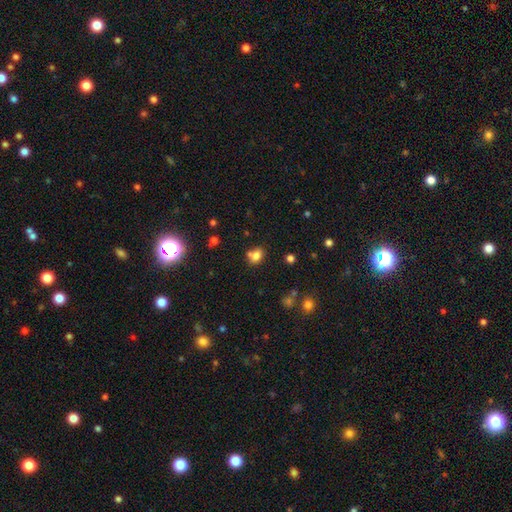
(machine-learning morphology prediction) Smooth or featured: smooth — 76% (star or artifact — 14%)
How rounded: in between — 51% (round — 47%)
Merging: none — 49% (merger — 31%)